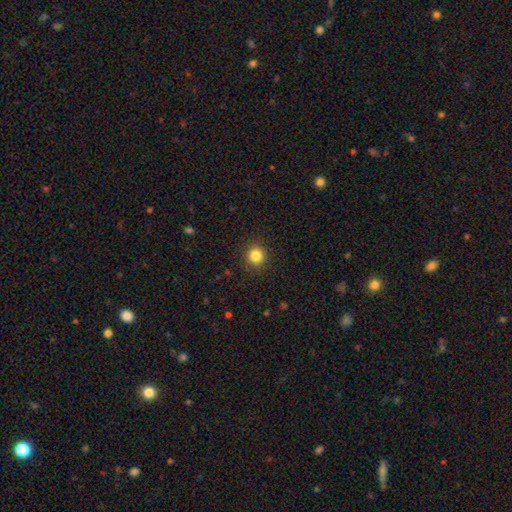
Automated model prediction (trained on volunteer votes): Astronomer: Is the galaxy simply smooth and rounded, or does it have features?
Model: smooth — 84%.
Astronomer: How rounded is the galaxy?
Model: round — 88%.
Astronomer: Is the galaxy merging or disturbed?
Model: none — 90%.